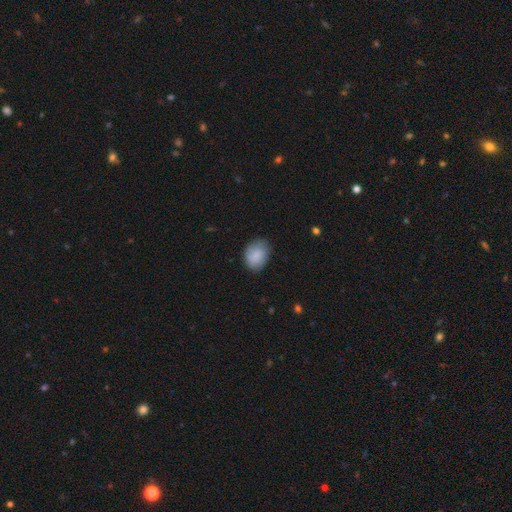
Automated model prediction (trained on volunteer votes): A smooth galaxy with no disk features (83%) that is in between round and cigar-shaped (67%).

Vote fractions:
- Smooth or featured? smooth: 83% / featured or disk: 10% / star or artifact: 7%
- How rounded? in between: 67% / round: 32% / cigar-shaped: 1%
- Merging? none: 73% / minor disturbance: 21% / major disturbance: 5% / merger: 1%